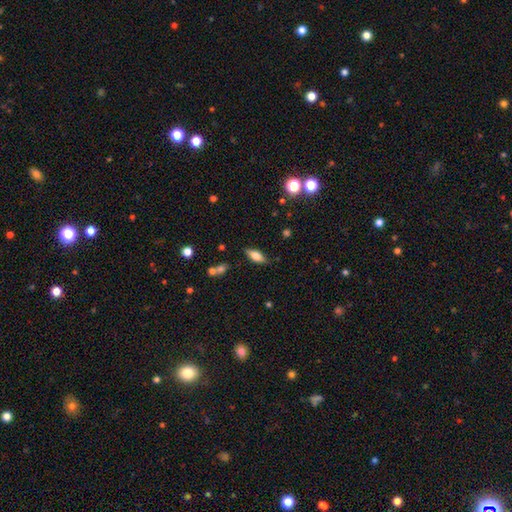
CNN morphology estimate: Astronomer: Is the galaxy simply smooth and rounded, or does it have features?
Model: smooth — 62%.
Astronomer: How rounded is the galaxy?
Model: in between — 74%.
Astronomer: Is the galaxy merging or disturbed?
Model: none — 83%.